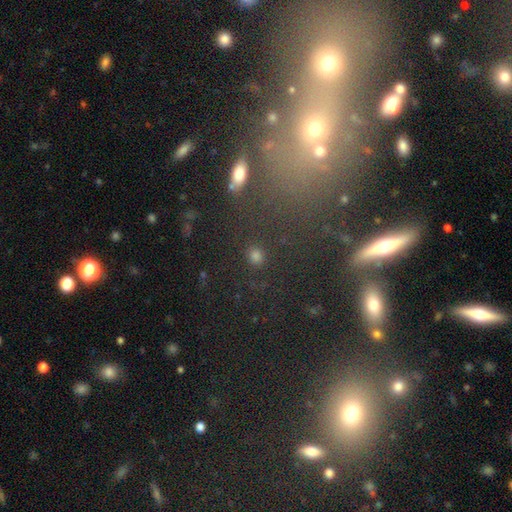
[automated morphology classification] Smooth or featured? Predicted: smooth (p=0.47). Merging? Predicted: none (p=0.76).